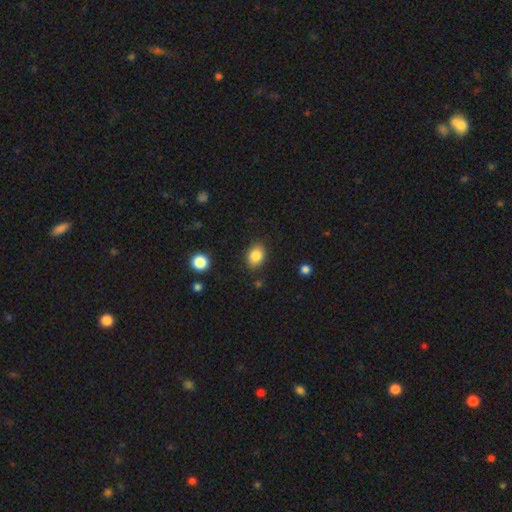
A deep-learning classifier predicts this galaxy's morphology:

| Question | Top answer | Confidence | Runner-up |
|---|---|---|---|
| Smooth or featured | smooth | 85% | star or artifact (9%) |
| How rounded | in between | 68% | round (31%) |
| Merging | none | 85% | minor disturbance (11%) |